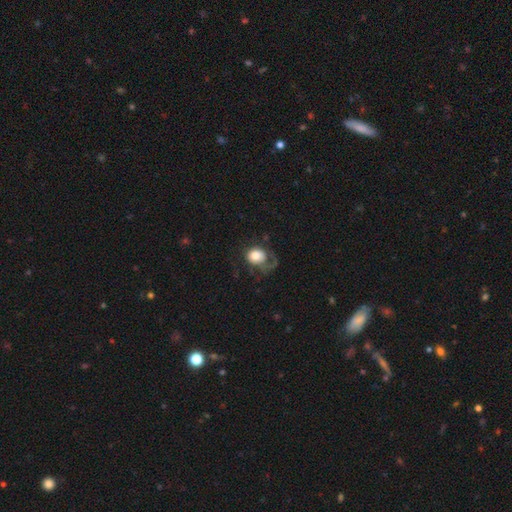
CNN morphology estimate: Q: Smooth or featured?
A: smooth (66%); runner-up: featured or disk (26%)
Q: How rounded?
A: round (61%); runner-up: in between (38%)
Q: Merging?
A: major disturbance (45%); runner-up: none (32%)